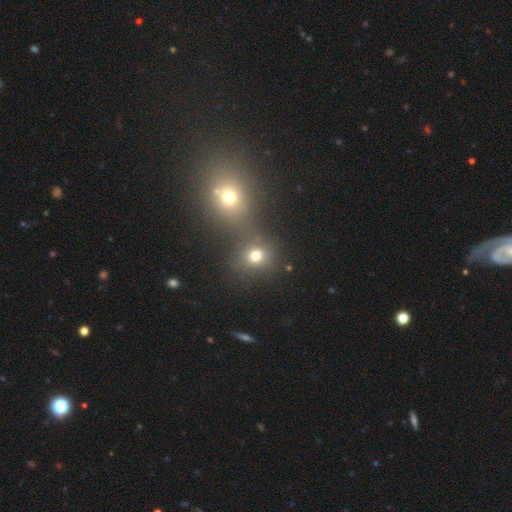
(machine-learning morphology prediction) A smooth galaxy with no disk features (70%) that is round (81%). Merging: none (51%).